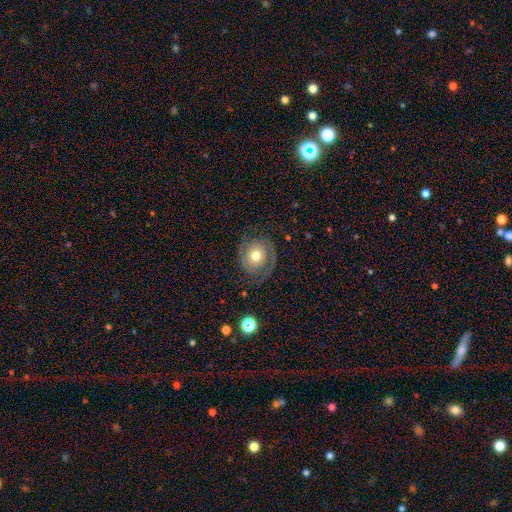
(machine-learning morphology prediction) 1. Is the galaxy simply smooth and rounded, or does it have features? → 69% featured or disk, 23% smooth, 8% star or artifact.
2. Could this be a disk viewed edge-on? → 97% no, 3% yes.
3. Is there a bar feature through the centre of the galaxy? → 81% no, 15% weak, 4% strong.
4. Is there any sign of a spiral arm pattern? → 89% yes, 11% no.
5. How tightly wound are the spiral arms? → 49% tight, 36% medium, 15% loose.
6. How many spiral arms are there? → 75% 2, 13% 1, 7% can't tell, 2% 3, 1% 4, 1% more than 4.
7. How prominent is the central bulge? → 74% moderate, 14% small, 10% large, 1% dominant, 1% none.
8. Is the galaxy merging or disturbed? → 74% none, 15% minor disturbance, 10% major disturbance, 1% merger.